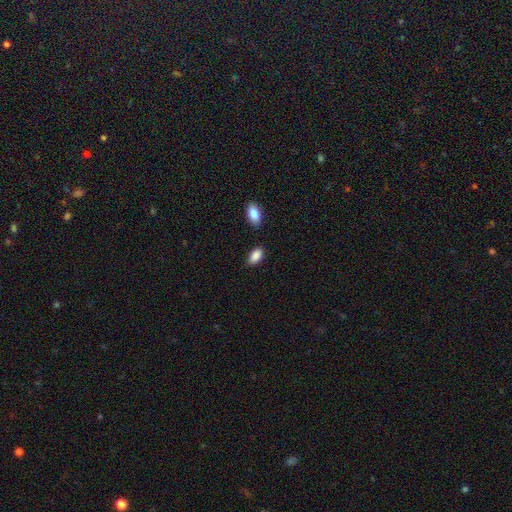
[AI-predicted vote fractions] This is clearly a smooth galaxy (89%). How rounded: clearly in between (93%). Merging: clearly none (82%).